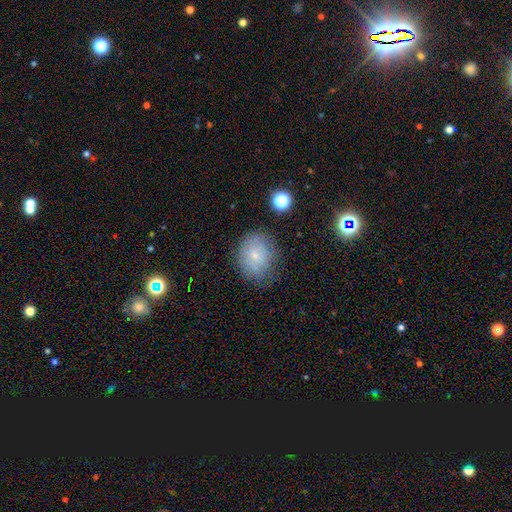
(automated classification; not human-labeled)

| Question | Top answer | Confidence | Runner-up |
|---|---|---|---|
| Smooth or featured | smooth | 70% | featured or disk (17%) |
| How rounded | round | 56% | in between (43%) |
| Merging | none | 68% | minor disturbance (22%) |